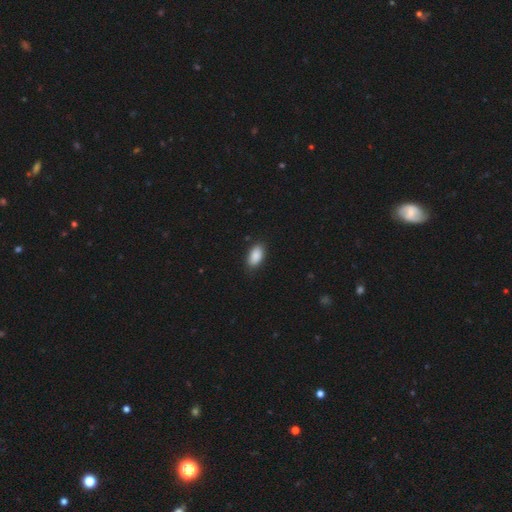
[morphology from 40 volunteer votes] A smooth galaxy with no disk features (95%) that is in between round and cigar-shaped (92%).

Vote fractions:
- Smooth or featured? smooth: 95% / star or artifact: 5% / featured or disk: 0%
- How rounded? in between: 92% / round: 5% / cigar-shaped: 3%
- Merging? none: 76% / minor disturbance: 16% / major disturbance: 5% / merger: 3%